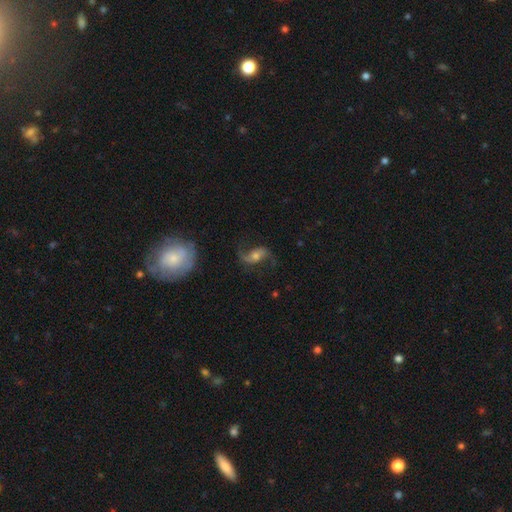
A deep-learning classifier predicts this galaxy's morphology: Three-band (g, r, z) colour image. It shows a featured or disk galaxy (83%) with no bar (46%), 2 (92%) loose (79%) spiral arms (96%) and a moderate central bulge (53%). Merging: none (71%).